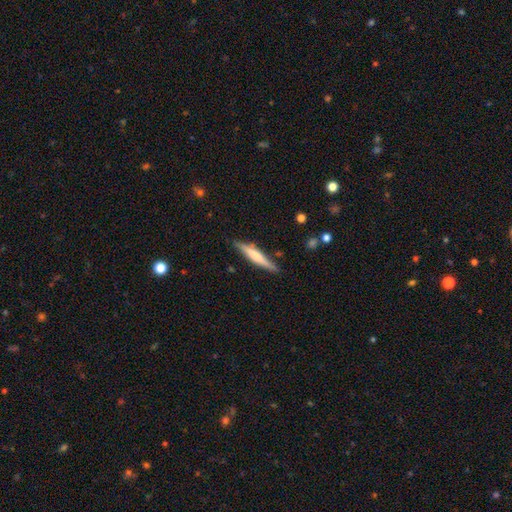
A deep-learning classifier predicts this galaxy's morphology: This is possibly a smooth galaxy (48%). Merging: clearly none (85%).